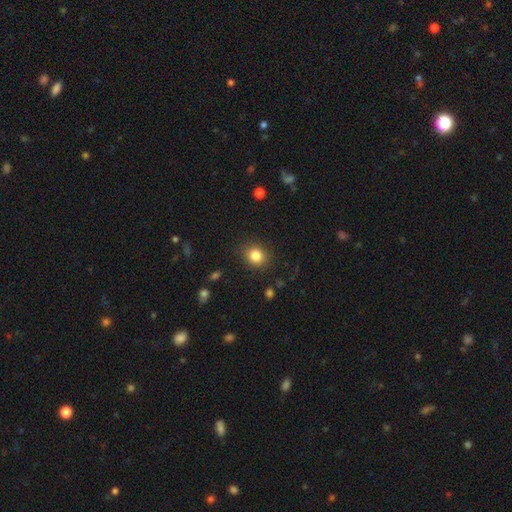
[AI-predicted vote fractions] A smooth galaxy with no disk features (84%) that is round (73%).

Vote fractions:
- Smooth or featured? smooth: 84% / star or artifact: 11% / featured or disk: 6%
- How rounded? round: 73% / in between: 26% / cigar-shaped: 1%
- Merging? none: 88% / minor disturbance: 8% / major disturbance: 3% / merger: 1%